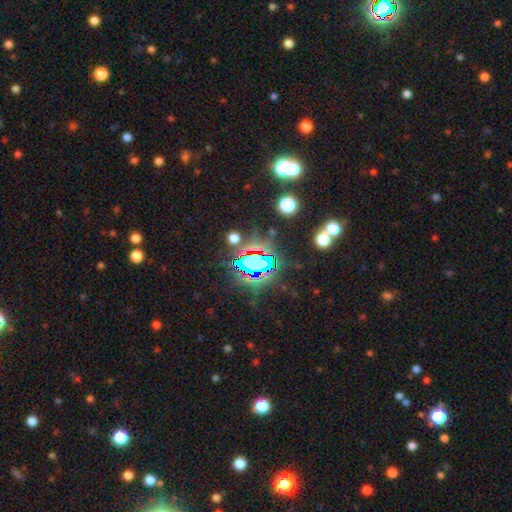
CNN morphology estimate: This appears to be a star or artifact, not a galaxy (80%).